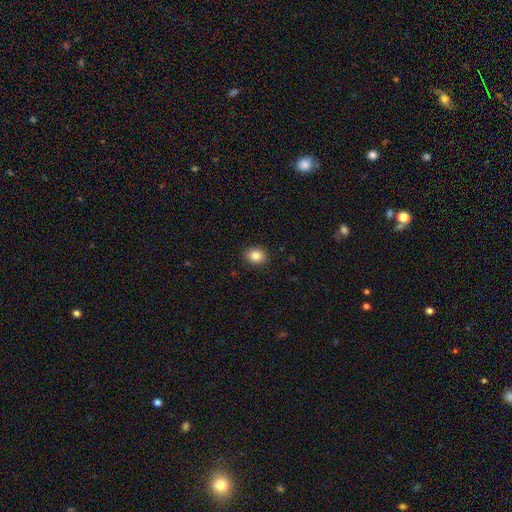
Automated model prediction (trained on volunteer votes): smooth_or_featured: smooth (p=0.86) [alt: star or artifact p=0.09]
how_rounded: round (p=0.52) [alt: in between p=0.47]
merging: none (p=0.90) [alt: minor disturbance p=0.07]